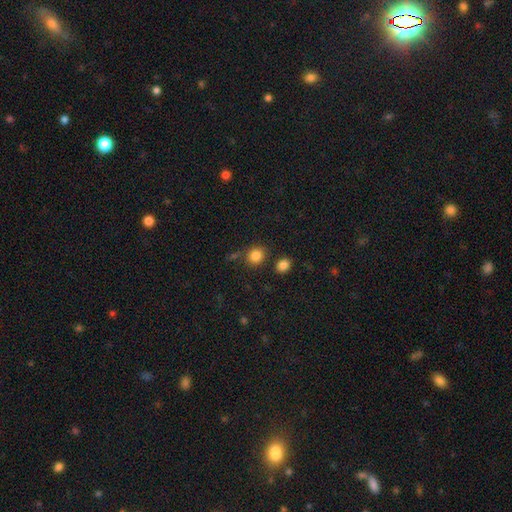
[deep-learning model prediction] smooth_or_featured: smooth (p=0.84) [alt: star or artifact p=0.11]
how_rounded: round (p=0.80) [alt: in between p=0.19]
merging: none (p=0.77) [alt: minor disturbance p=0.10]